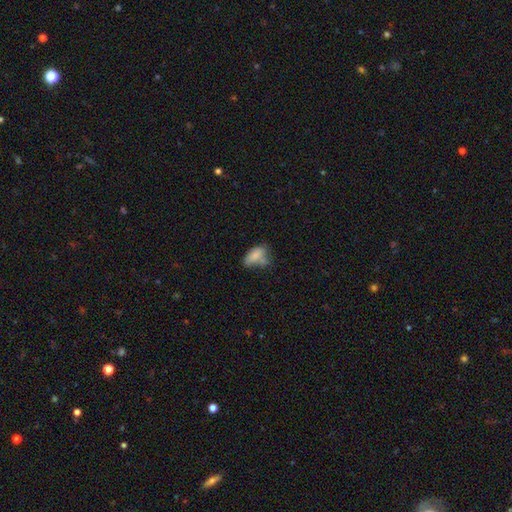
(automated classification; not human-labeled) Smooth or featured? Predicted: smooth (p=0.75). How rounded? Predicted: in between (p=0.87). Merging? Predicted: none (p=0.37).